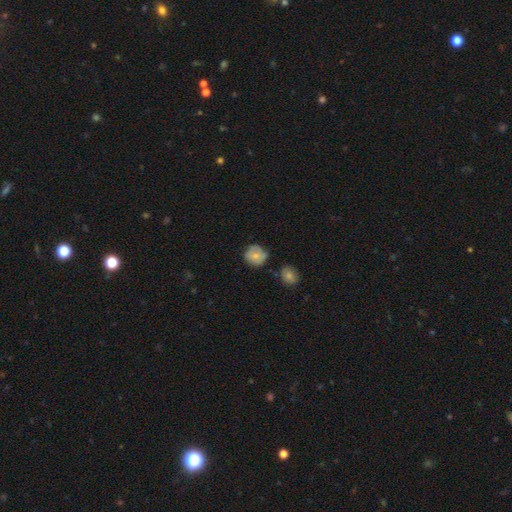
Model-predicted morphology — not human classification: Smooth or featured?
  - smooth: 65% *
  - featured or disk: 26%
  - star or artifact: 8%
How rounded?
  - round: 81% *
  - in between: 18%
  - cigar-shaped: 1%
Merging?
  - none: 61% *
  - minor disturbance: 28%
  - major disturbance: 7%
  - merger: 4%